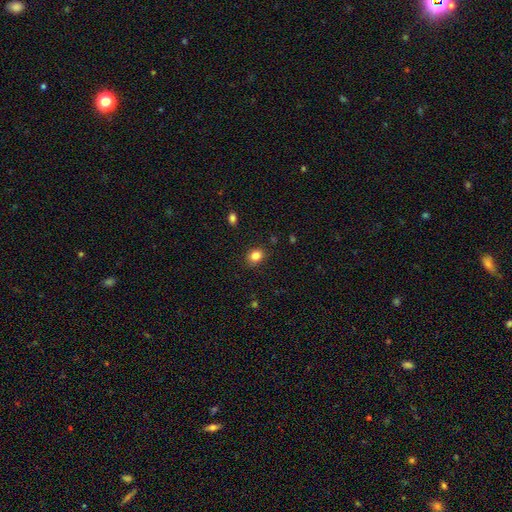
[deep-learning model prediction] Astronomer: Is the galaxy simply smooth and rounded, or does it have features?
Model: smooth — 84%.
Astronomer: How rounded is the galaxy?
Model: round — 53% (runner-up: in between, 46%).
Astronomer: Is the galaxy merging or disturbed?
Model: none — 87%.